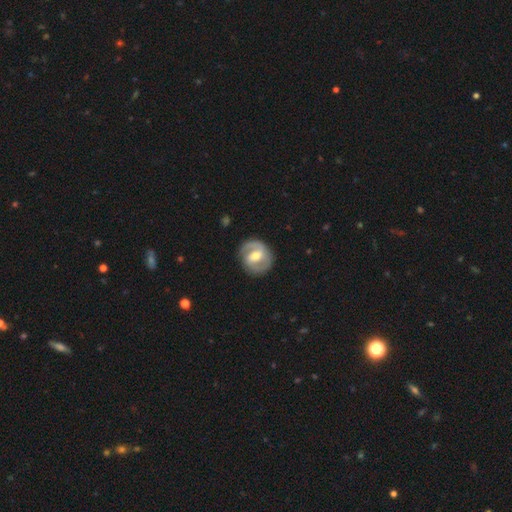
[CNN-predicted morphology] Q: Smooth or featured?
A: featured or disk (76%); runner-up: smooth (19%)
Q: Edge-on disk?
A: no (97%); runner-up: yes (3%)
Q: Bar?
A: weak (46%); runner-up: strong (35%)
Q: Spiral arms?
A: yes (84%); runner-up: no (16%)
Q: Spiral winding?
A: medium (43%); tied with: tight (43%)
Q: Spiral arm count?
A: 2 (84%); runner-up: can't tell (7%)
Q: Bulge size?
A: moderate (70%); runner-up: small (21%)
Q: Merging?
A: none (83%); runner-up: minor disturbance (11%)